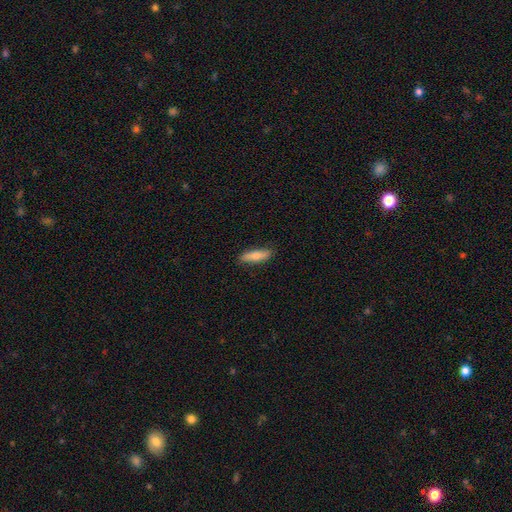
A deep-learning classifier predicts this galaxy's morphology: Smooth or featured? smooth (79%)
How rounded? cigar-shaped (60%)
Merging? none (86%)